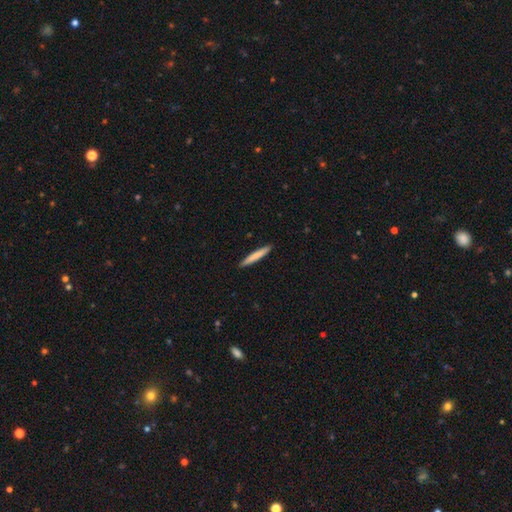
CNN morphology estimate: smooth_or_featured: smooth (p=0.77) [alt: featured or disk p=0.18]
how_rounded: cigar-shaped (p=0.96) [alt: in between p=0.03]
merging: none (p=0.92) [alt: minor disturbance p=0.06]